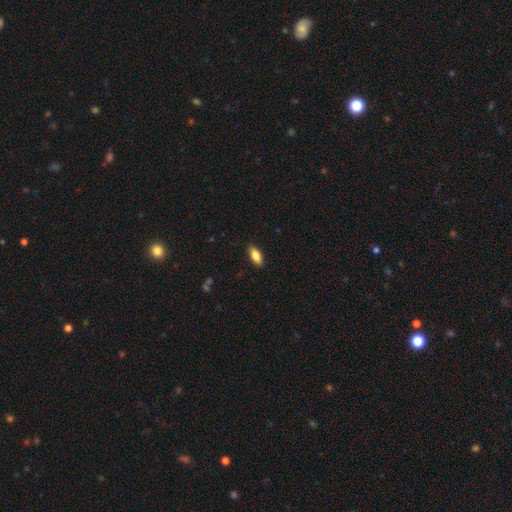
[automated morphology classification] This appears to be a smooth galaxy with no disk features (85%) that is in between round and cigar-shaped (87%). Merging: none (88%).